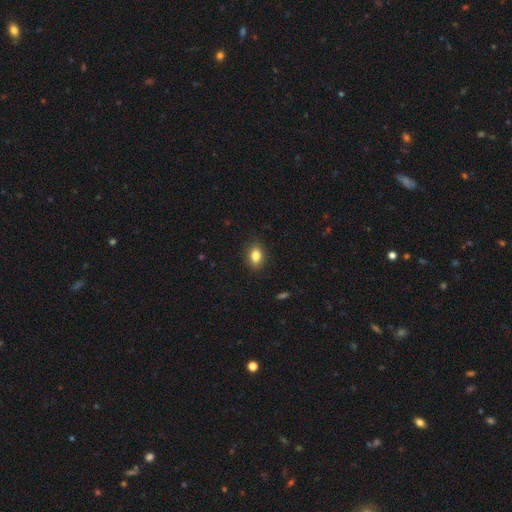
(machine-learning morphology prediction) smooth 84%, star or artifact 9%, featured or disk 7%. Down the decision tree: how rounded — in between (77%); merging — none (86%).